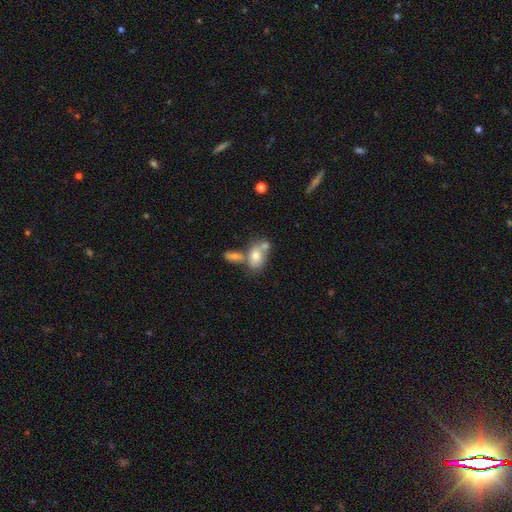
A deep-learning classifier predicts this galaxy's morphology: Smooth or featured: smooth — 71% (featured or disk — 20%)
How rounded: in between — 74% (round — 23%)
Merging: merger — 48% (none — 35%)